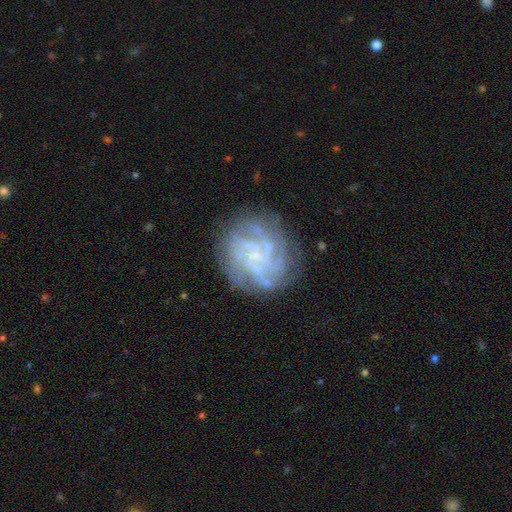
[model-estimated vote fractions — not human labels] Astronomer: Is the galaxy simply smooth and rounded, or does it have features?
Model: featured or disk — 83%.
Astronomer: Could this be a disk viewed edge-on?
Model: no — 98%.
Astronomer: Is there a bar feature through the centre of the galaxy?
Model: no — 66%.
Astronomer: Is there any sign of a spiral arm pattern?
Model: yes — 96%.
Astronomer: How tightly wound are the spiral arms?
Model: tight — 65%.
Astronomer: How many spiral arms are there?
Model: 4 — 28% (runner-up: can't tell, 26%).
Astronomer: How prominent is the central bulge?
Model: small — 69%.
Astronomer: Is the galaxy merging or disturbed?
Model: none — 78%.